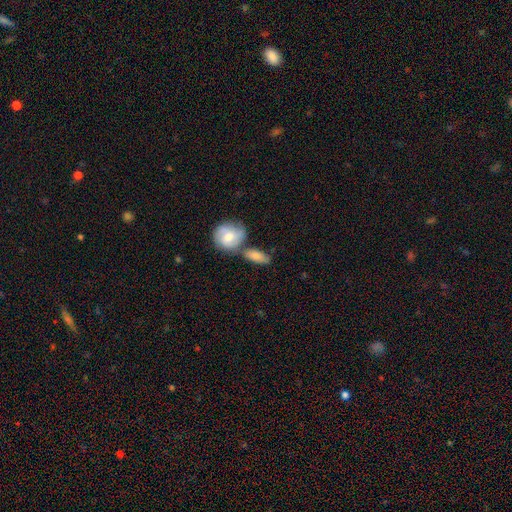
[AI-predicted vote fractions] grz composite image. It shows a smooth galaxy with no disk features (73%) that is in between round and cigar-shaped (73%). Merging: none (51%).